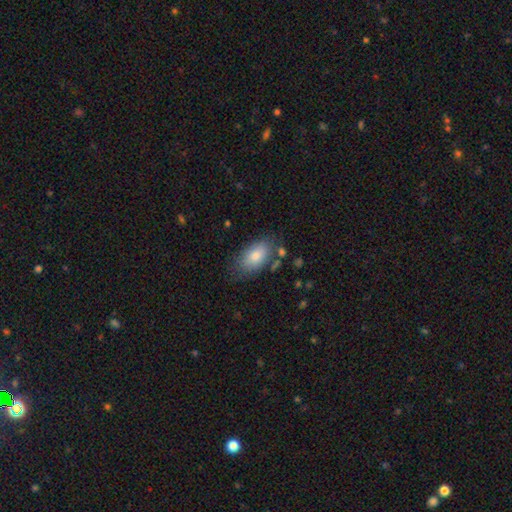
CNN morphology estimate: A smooth galaxy with no disk features (80%) that is in between round and cigar-shaped (92%).

Vote fractions:
- Smooth or featured? smooth: 80% / featured or disk: 12% / star or artifact: 7%
- How rounded? in between: 92% / round: 4% / cigar-shaped: 3%
- Merging? none: 72% / minor disturbance: 18% / major disturbance: 5% / merger: 5%